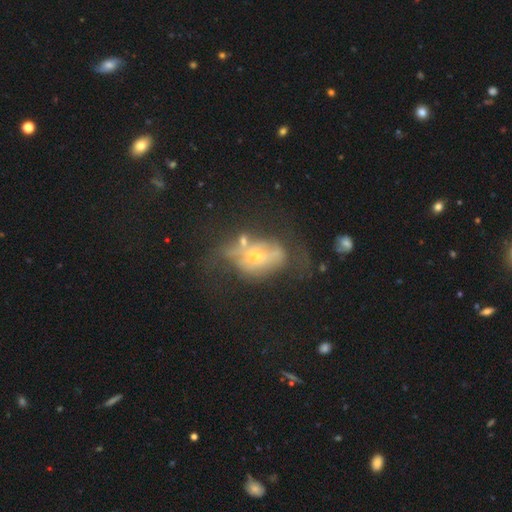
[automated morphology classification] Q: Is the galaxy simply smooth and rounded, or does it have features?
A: featured or disk — 59%.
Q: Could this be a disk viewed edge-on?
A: no — 86%.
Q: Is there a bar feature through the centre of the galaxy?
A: no — 68%.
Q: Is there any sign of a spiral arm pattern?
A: no — 63%.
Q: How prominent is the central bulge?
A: moderate — 47%.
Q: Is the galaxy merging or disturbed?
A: major disturbance — 36%.